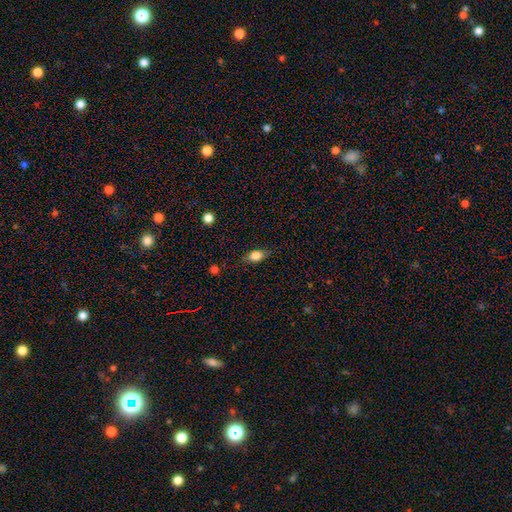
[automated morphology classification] A smooth galaxy with no disk features (80%) that is in between round and cigar-shaped (79%). Merging: none (75%).